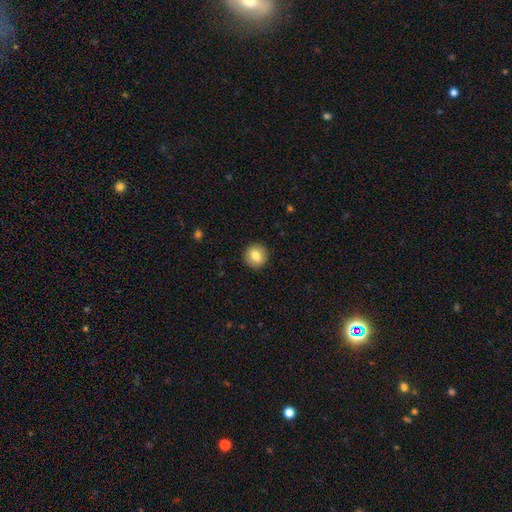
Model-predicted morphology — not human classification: Q: Smooth or featured?
A: smooth (80%); runner-up: featured or disk (11%)
Q: How rounded?
A: round (91%); runner-up: in between (9%)
Q: Merging?
A: none (91%); runner-up: minor disturbance (6%)